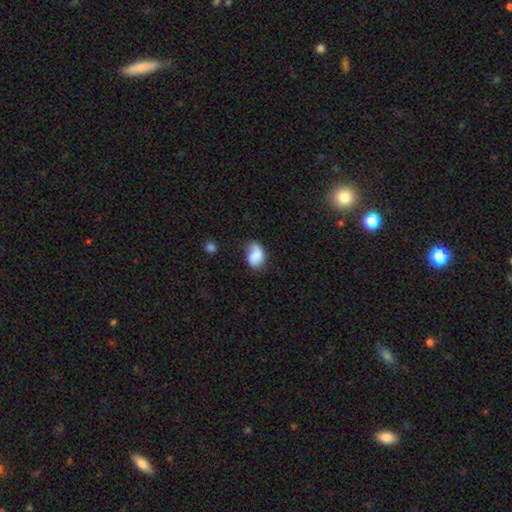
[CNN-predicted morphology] smooth_or_featured: smooth (p=0.72) [alt: featured or disk p=0.20]
how_rounded: in between (p=0.80) [alt: round p=0.18]
merging: none (p=0.47) [alt: minor disturbance p=0.36]